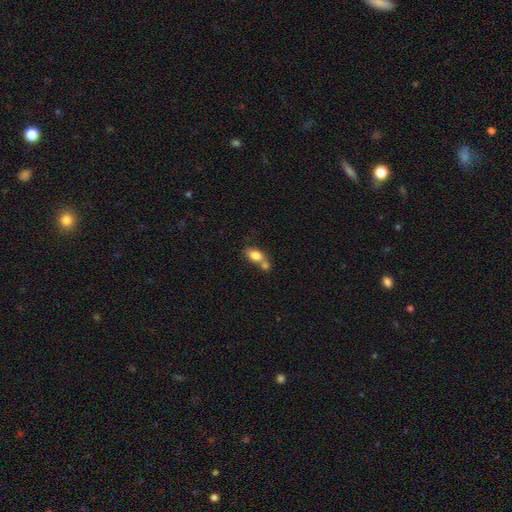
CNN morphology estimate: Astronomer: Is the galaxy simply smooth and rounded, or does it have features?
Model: smooth — 79%.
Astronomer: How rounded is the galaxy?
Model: in between — 81%.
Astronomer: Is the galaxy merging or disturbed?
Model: merger — 51% (runner-up: none, 33%).